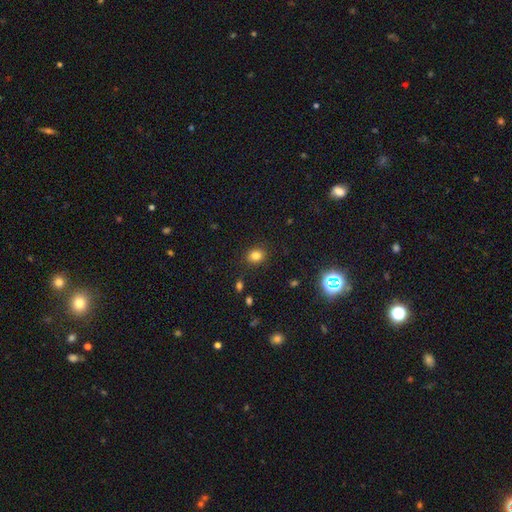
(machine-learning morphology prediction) Smooth or featured? smooth (81%)
How rounded? round (58%)
Merging? none (87%)